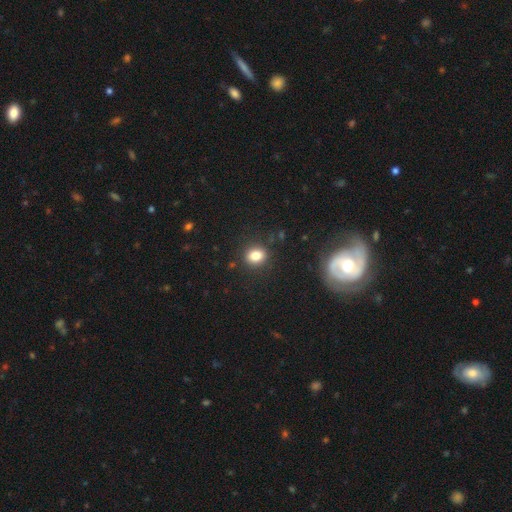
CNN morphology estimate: smooth 83%, star or artifact 11%, featured or disk 6%. Down the decision tree: how rounded — round (56%); merging — none (87%).